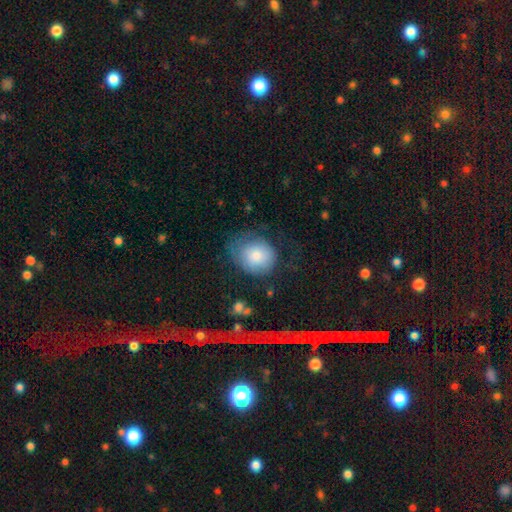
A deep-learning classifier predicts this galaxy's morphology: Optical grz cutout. It shows a smooth galaxy with no disk features (77%) that is round (70%). Merging: none (50%).